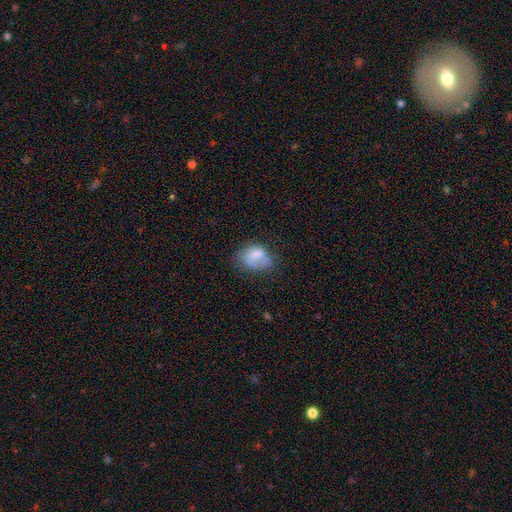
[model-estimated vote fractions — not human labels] Smooth or featured: smooth — 72% (featured or disk — 19%)
How rounded: in between — 73% (round — 25%)
Merging: none — 37% (minor disturbance — 31%)